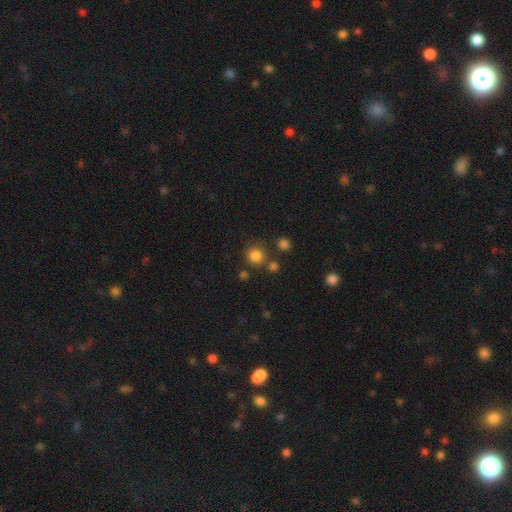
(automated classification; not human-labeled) Morphology: type=smooth (81%); roundness=round (92%); merging=none (78%).